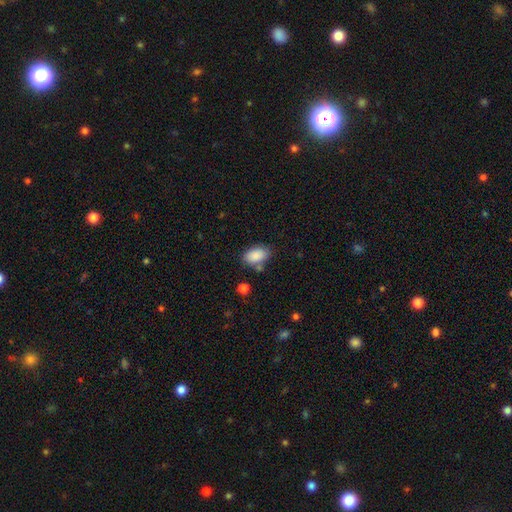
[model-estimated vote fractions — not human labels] Smooth or featured?
  - smooth: 88% *
  - star or artifact: 7%
  - featured or disk: 5%
How rounded?
  - in between: 91% *
  - round: 7%
  - cigar-shaped: 2%
Merging?
  - none: 70% *
  - minor disturbance: 17%
  - merger: 8%
  - major disturbance: 5%